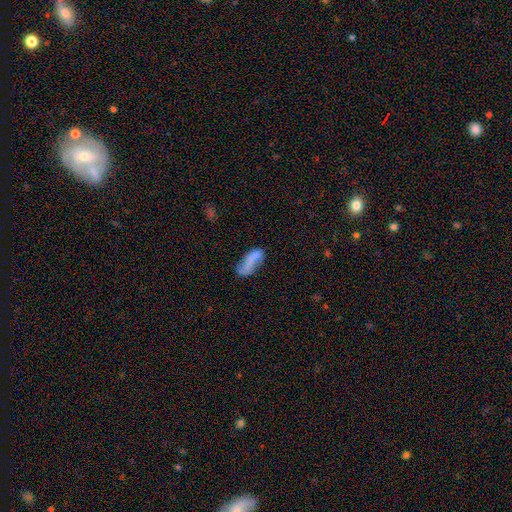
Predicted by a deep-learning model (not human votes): This is likely a smooth galaxy (67%). How rounded: likely in between (75%). Merging: marginally none (40%).